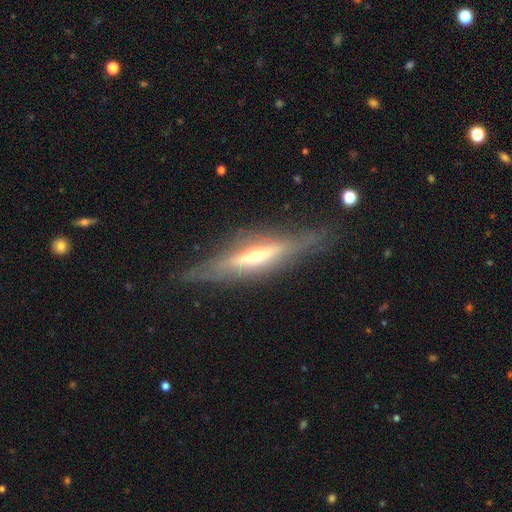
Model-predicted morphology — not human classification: The model was most divided on "merging": none: 78%, minor disturbance: 15%, major disturbance: 6%, merger: 2%. More confident: edge-on disk — yes (91%); edge-on bulge — rounded (79%); smooth or featured — featured or disk (79%).